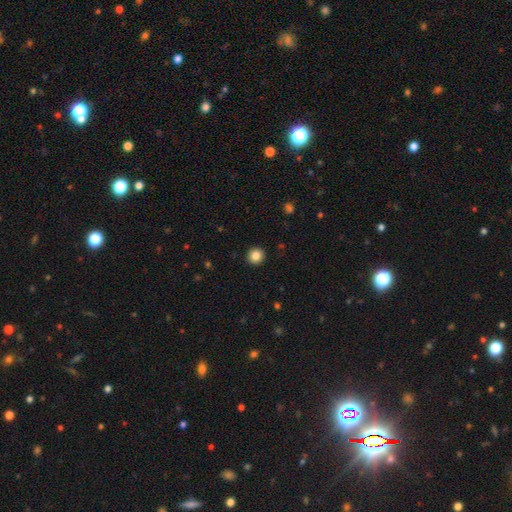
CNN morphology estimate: A smooth galaxy with no disk features (85%) that is round (94%).

Vote fractions:
- Smooth or featured? smooth: 85% / star or artifact: 10% / featured or disk: 5%
- How rounded? round: 94% / in between: 5% / cigar-shaped: 1%
- Merging? none: 93% / minor disturbance: 5% / major disturbance: 2% / merger: 1%